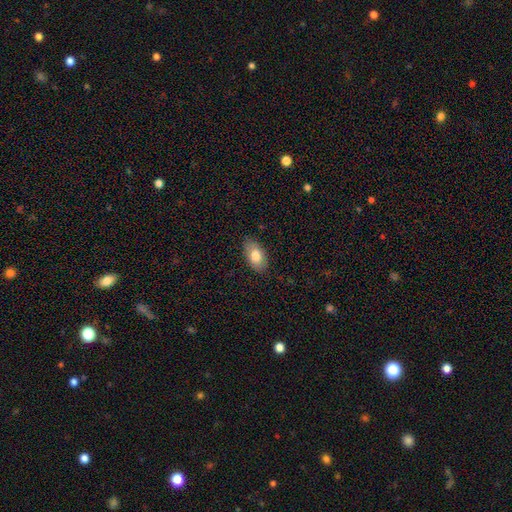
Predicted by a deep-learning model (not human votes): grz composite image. It shows a smooth galaxy with no disk features (80%) that is in between round and cigar-shaped (94%). Merging: none (83%).